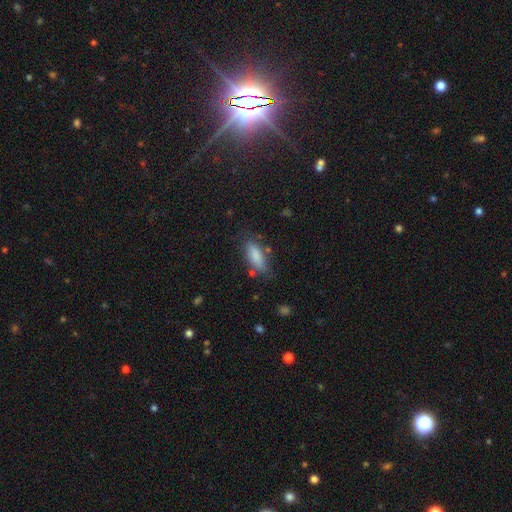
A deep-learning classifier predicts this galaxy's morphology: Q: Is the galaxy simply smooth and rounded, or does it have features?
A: smooth — 84%.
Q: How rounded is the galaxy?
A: in between — 74%.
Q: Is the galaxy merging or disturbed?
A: none — 70%.